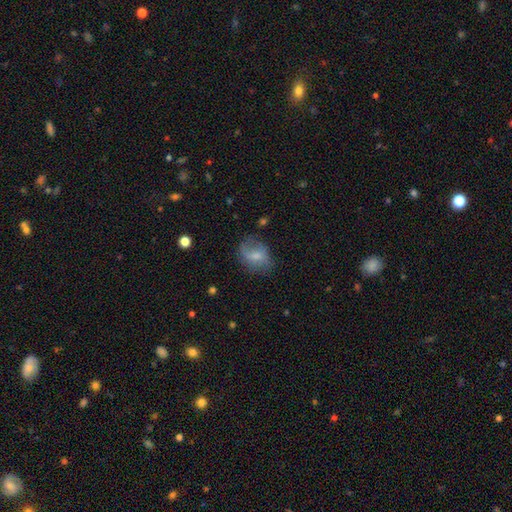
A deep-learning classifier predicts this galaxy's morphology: Q: Smooth or featured?
A: smooth (57%); runner-up: featured or disk (34%)
Q: How rounded?
A: in between (61%); runner-up: round (37%)
Q: Merging?
A: none (56%); runner-up: minor disturbance (26%)